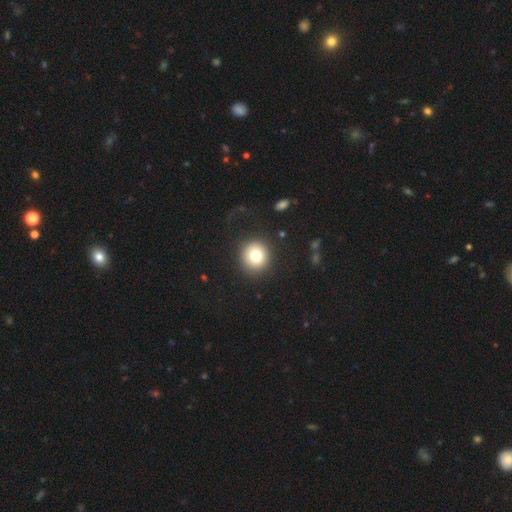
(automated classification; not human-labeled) smooth_or_featured: smooth (p=0.77) [alt: featured or disk p=0.12]
how_rounded: round (p=0.92) [alt: in between p=0.07]
merging: none (p=0.86) [alt: minor disturbance p=0.07]